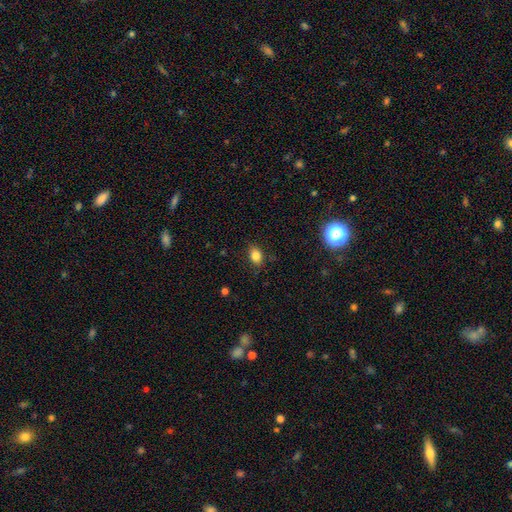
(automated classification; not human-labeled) A smooth galaxy with no disk features (83%) that is in between round and cigar-shaped (73%).

Vote fractions:
- Smooth or featured? smooth: 83% / star or artifact: 11% / featured or disk: 6%
- How rounded? in between: 73% / round: 25% / cigar-shaped: 1%
- Merging? none: 83% / minor disturbance: 13% / major disturbance: 3% / merger: 1%